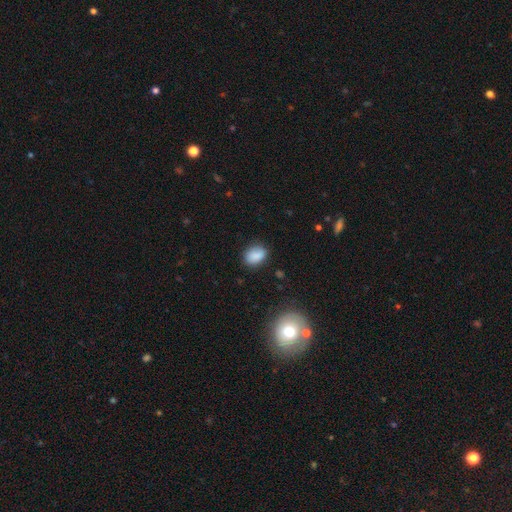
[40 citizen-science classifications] smooth 75%, featured or disk 18%, star or artifact 8%. Down the decision tree: how rounded — in between (70%); merging — none (76%).